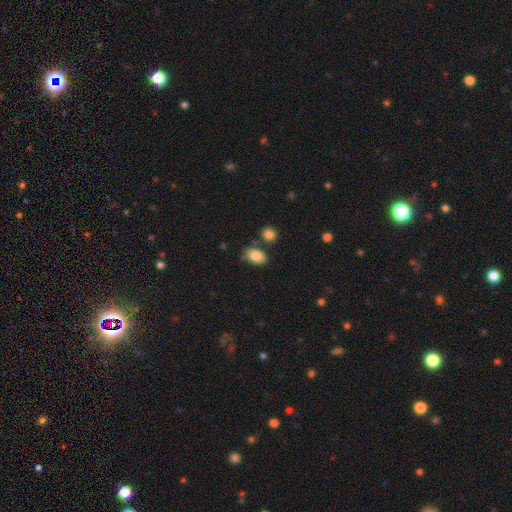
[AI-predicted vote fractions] Smooth or featured? Predicted: smooth (p=0.85). How rounded? Predicted: in between (p=0.88). Merging? Predicted: none (p=0.70).